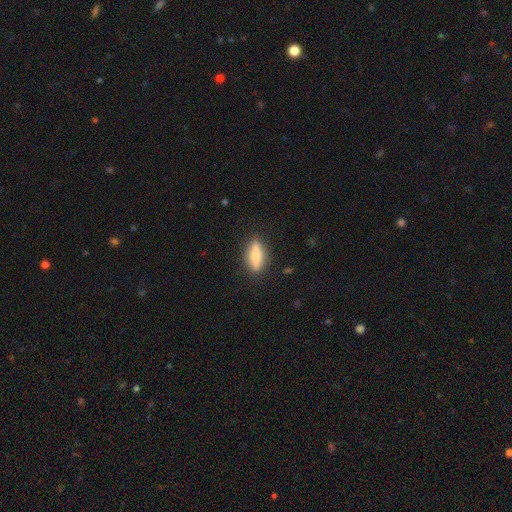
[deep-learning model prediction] smooth 53%, featured or disk 40%, star or artifact 7%. Down the decision tree: how rounded — cigar-shaped (53%); merging — none (86%).